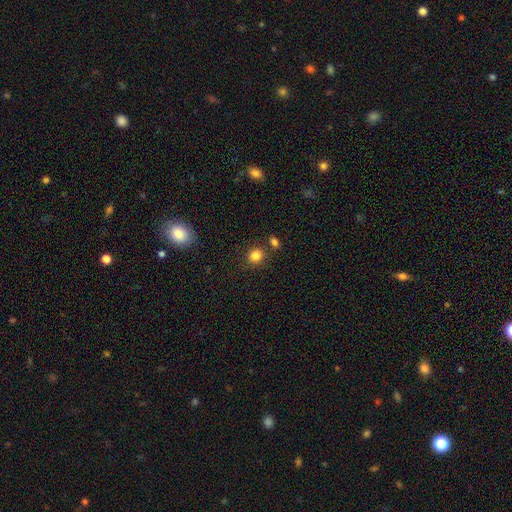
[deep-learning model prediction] Morphology: type=smooth (84%); roundness=round (79%); merging=none (78%).